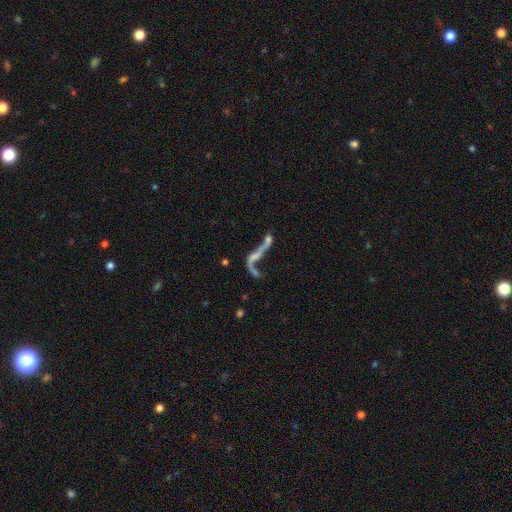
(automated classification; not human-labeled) This is likely a featured or disk galaxy (65%). It is clearly not viewed edge-on (82%). Bar: likely no (64%). Spiral arm pattern: possibly yes (51%). Central bulge: likely none (60%). Merging: marginally merger (41%).